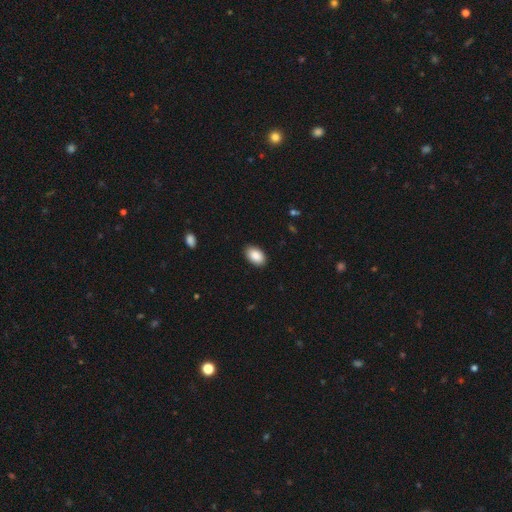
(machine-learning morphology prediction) type=smooth (90%); roundness=in between (92%); merging=none (89%).